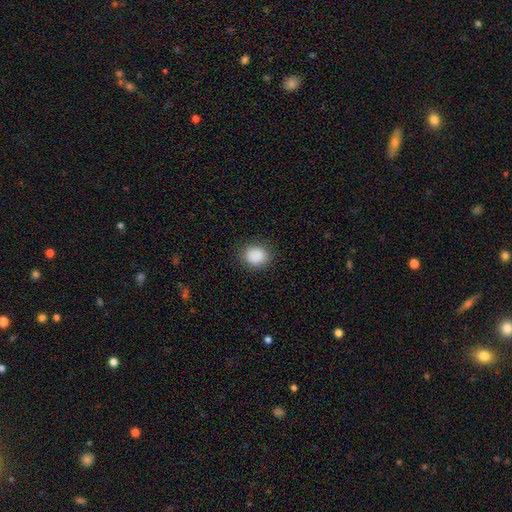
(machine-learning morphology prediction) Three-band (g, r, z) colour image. It shows a smooth galaxy with no disk features (88%) that is round (70%). Merging: none (87%).